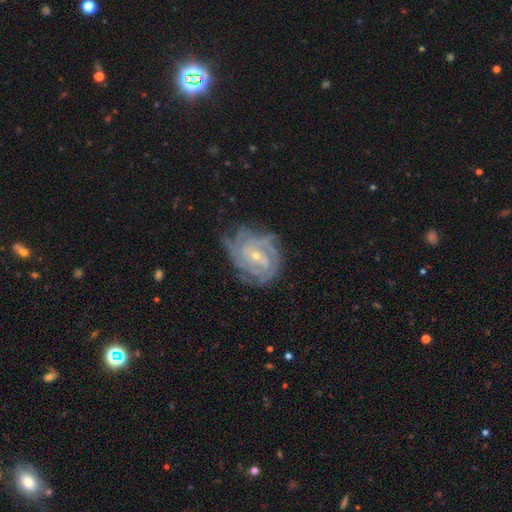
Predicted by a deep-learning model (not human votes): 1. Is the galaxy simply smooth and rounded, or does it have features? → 88% featured or disk, 6% star or artifact, 6% smooth.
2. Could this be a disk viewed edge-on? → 97% no, 3% yes.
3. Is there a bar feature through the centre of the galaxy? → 56% no, 33% weak, 10% strong.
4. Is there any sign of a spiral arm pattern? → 97% yes, 3% no.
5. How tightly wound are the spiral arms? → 72% tight, 24% medium, 4% loose.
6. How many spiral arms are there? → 27% 4, 23% can't tell, 22% 3, 13% 2, 9% more than 4, 6% 1.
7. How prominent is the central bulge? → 69% small, 28% moderate, 1% none, 1% large, 1% dominant.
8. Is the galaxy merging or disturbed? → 68% none, 22% minor disturbance, 9% major disturbance, 2% merger.